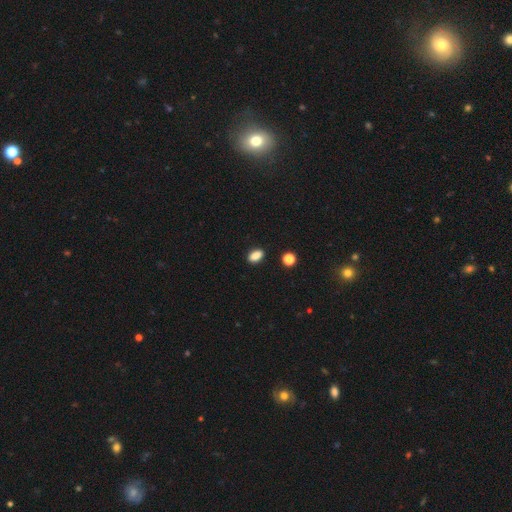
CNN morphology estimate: Smooth or featured? Predicted: smooth (p=0.86). How rounded? Predicted: in between (p=0.85). Merging? Predicted: none (p=0.87).